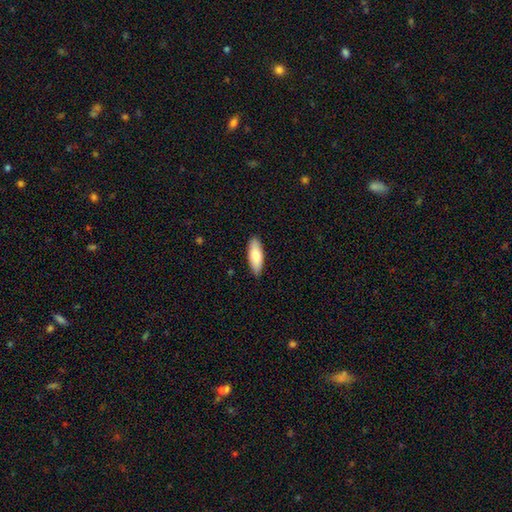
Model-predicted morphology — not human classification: Smooth or featured? smooth (79%)
How rounded? in between (67%)
Merging? none (88%)